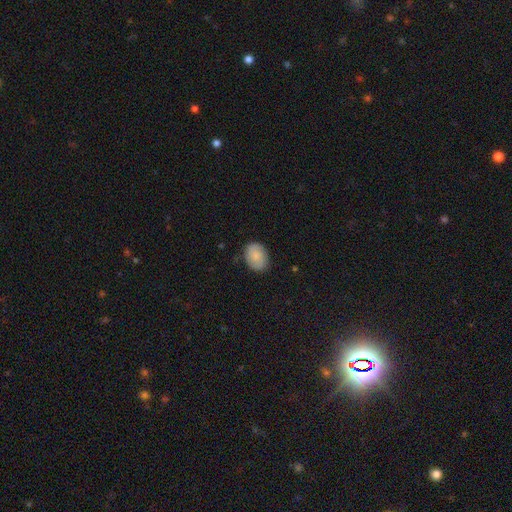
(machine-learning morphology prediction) A smooth galaxy with no disk features (73%) that is in between round and cigar-shaped (65%).

Vote fractions:
- Smooth or featured? smooth: 73% / featured or disk: 20% / star or artifact: 7%
- How rounded? in between: 65% / round: 34% / cigar-shaped: 1%
- Merging? none: 81% / minor disturbance: 15% / major disturbance: 3% / merger: 1%